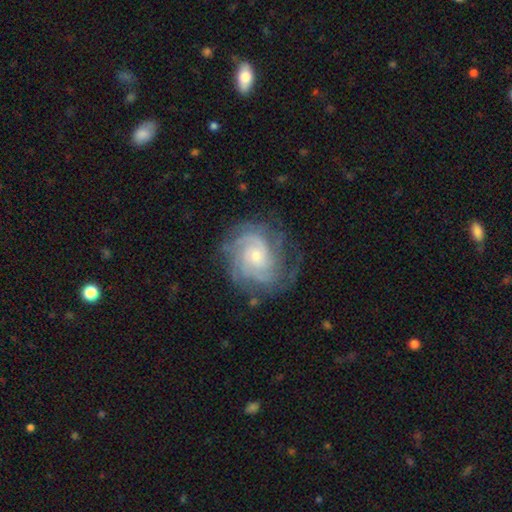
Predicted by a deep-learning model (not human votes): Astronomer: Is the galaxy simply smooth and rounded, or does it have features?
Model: featured or disk — 86%.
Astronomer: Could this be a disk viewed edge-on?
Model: no — 98%.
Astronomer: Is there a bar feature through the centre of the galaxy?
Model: no — 73%.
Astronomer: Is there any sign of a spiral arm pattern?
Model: yes — 97%.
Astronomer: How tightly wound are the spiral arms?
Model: tight — 66%.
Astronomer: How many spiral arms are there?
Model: can't tell — 27% (runner-up: 3, 24%).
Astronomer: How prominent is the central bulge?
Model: small — 64%.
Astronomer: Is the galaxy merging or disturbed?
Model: none — 73%.